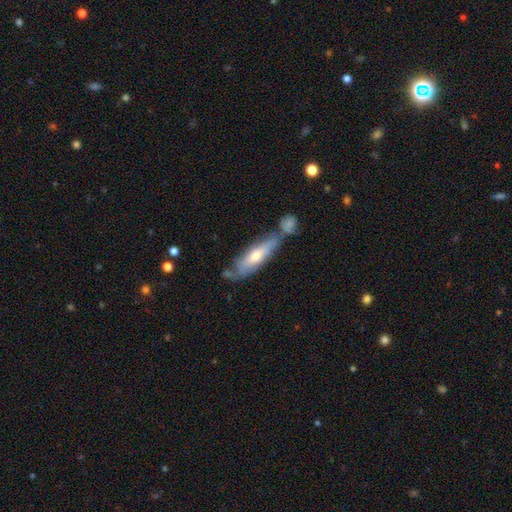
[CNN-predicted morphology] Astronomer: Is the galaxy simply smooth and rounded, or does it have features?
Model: smooth — 49% (runner-up: featured or disk, 46%).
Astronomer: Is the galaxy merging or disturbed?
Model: none — 47% (runner-up: merger, 24%).